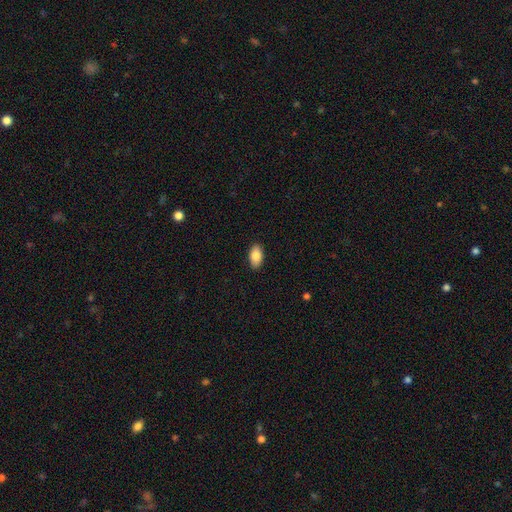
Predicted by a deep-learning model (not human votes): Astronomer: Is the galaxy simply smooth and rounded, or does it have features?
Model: smooth — 87%.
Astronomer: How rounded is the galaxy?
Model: in between — 94%.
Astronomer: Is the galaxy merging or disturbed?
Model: none — 89%.